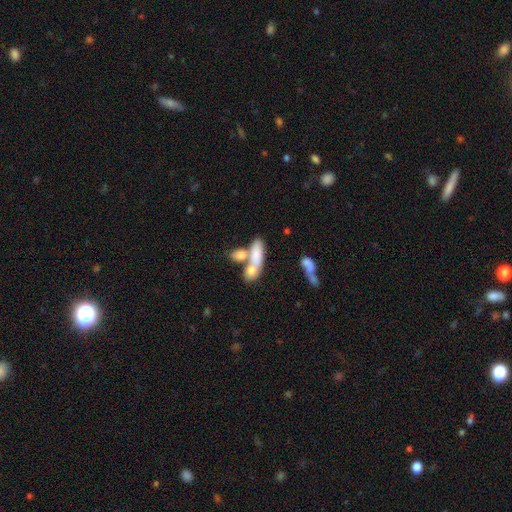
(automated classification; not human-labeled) This appears to be a smooth galaxy with no disk features (71%) that is in between round and cigar-shaped (65%). Merging: merger (54%).